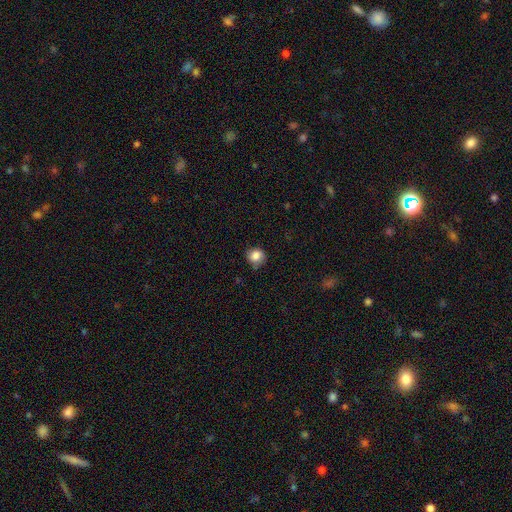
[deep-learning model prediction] Smooth or featured? smooth (83%)
How rounded? round (84%)
Merging? none (73%)